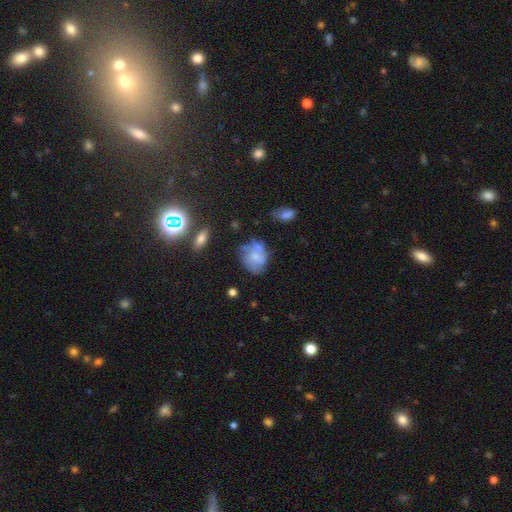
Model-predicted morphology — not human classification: The model was most divided on "how rounded": round: 50%, in between: 49%, cigar-shaped: 1%. Remaining: smooth or featured — smooth (52%); merging — none (44%).